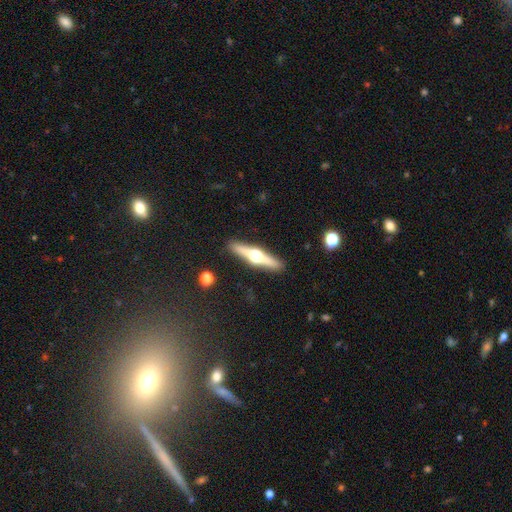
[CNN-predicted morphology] The model was most divided on "smooth or featured": featured or disk: 73%, smooth: 21%, star or artifact: 5%. More confident: edge-on disk — yes (97%); edge-on bulge — rounded (96%); merging — none (91%).